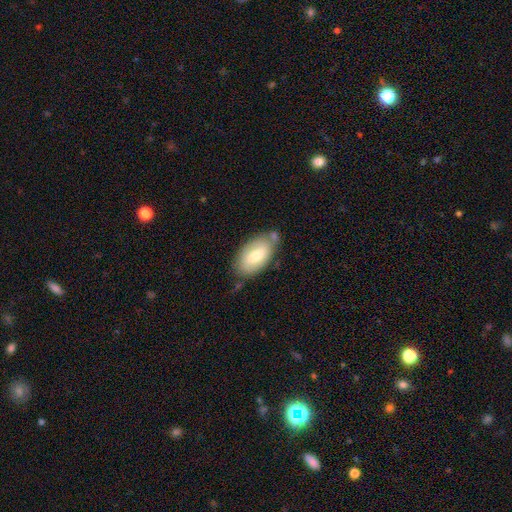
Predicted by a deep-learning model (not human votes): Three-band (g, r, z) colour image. It shows a smooth galaxy with no disk features (68%) that is in between round and cigar-shaped (94%). Merging: none (67%).